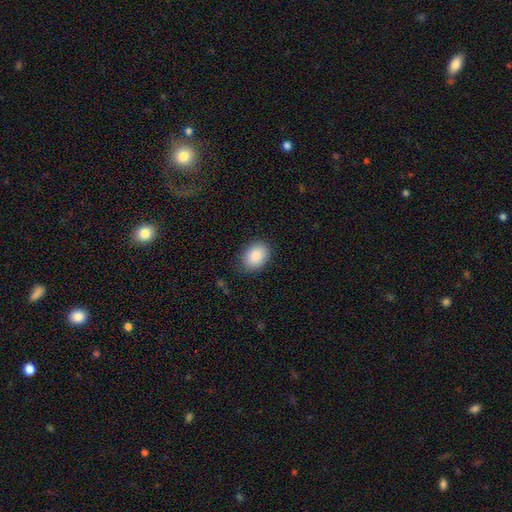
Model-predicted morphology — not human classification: This appears to be a smooth galaxy with no disk features (88%) that is in between round and cigar-shaped (70%). Merging: none (83%).